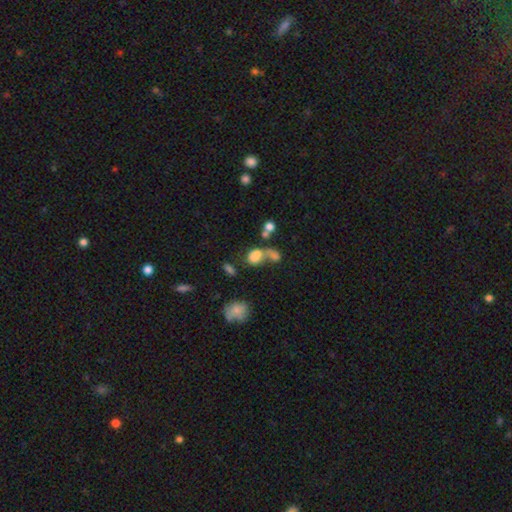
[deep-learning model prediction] Q: Smooth or featured?
A: smooth (68%); runner-up: star or artifact (16%)
Q: How rounded?
A: in between (65%); runner-up: round (32%)
Q: Merging?
A: merger (50%); runner-up: none (23%)